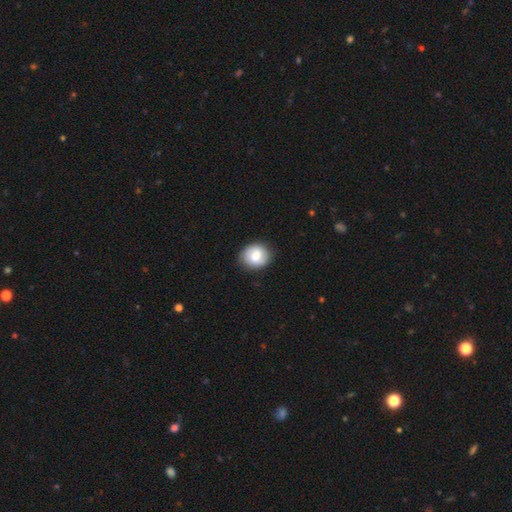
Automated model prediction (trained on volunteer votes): Smooth or featured?
  - smooth: 69% *
  - featured or disk: 24%
  - star or artifact: 7%
How rounded?
  - round: 68% *
  - in between: 31%
  - cigar-shaped: 1%
Merging?
  - none: 86% *
  - minor disturbance: 10%
  - major disturbance: 3%
  - merger: 1%